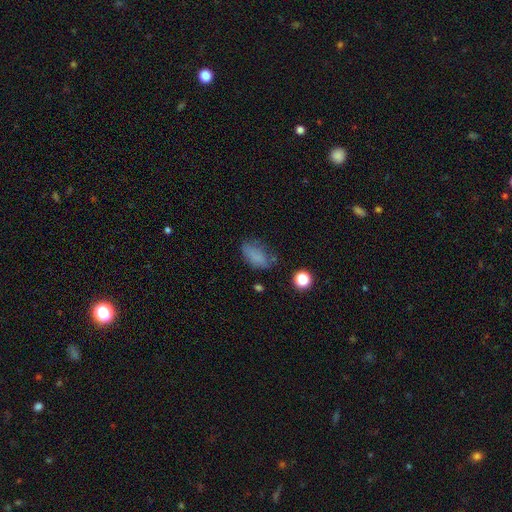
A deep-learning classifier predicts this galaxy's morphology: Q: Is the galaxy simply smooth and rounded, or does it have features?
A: smooth — 77%.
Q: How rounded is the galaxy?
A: in between — 88%.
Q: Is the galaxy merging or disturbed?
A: none — 56%.